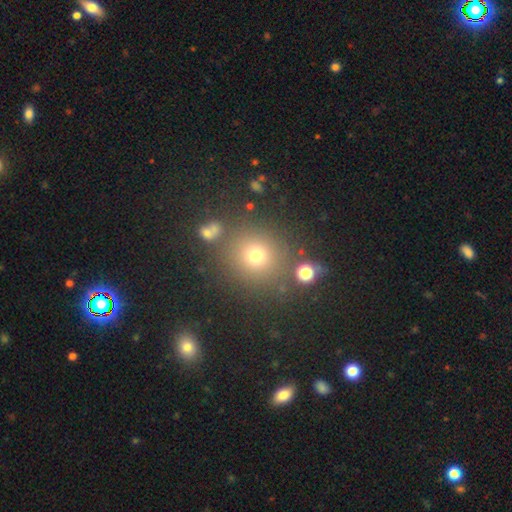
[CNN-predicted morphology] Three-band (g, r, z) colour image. It shows a smooth galaxy with no disk features (71%) that is round (90%). Merging: none (82%).